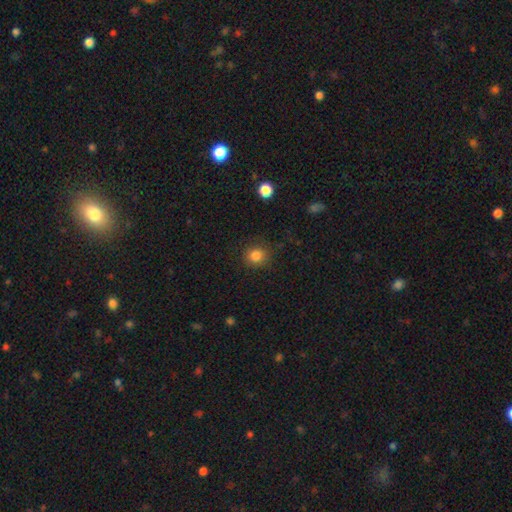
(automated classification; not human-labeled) Smooth or featured? Predicted: smooth (p=0.83). How rounded? Predicted: round (p=0.89). Merging? Predicted: none (p=0.86).